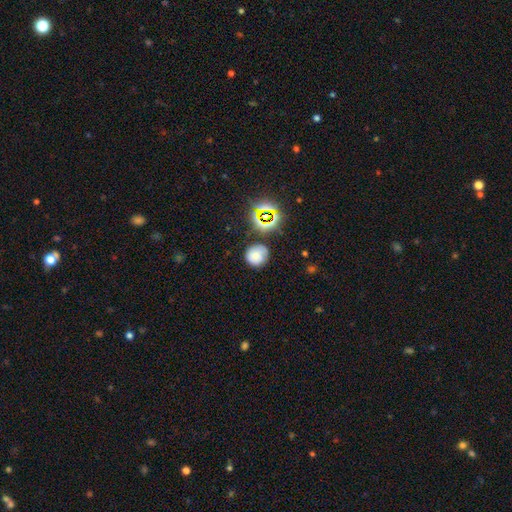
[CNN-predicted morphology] Smooth or featured: smooth — 70% (star or artifact — 18%)
How rounded: round — 86% (in between — 13%)
Merging: none — 71% (minor disturbance — 19%)